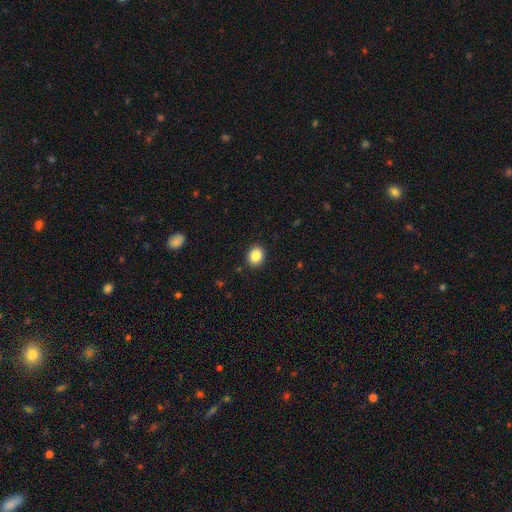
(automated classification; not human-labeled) Smooth or featured?
  - smooth: 86% *
  - star or artifact: 9%
  - featured or disk: 5%
How rounded?
  - round: 61% *
  - in between: 38%
  - cigar-shaped: 1%
Merging?
  - none: 91% *
  - minor disturbance: 6%
  - major disturbance: 2%
  - merger: 1%